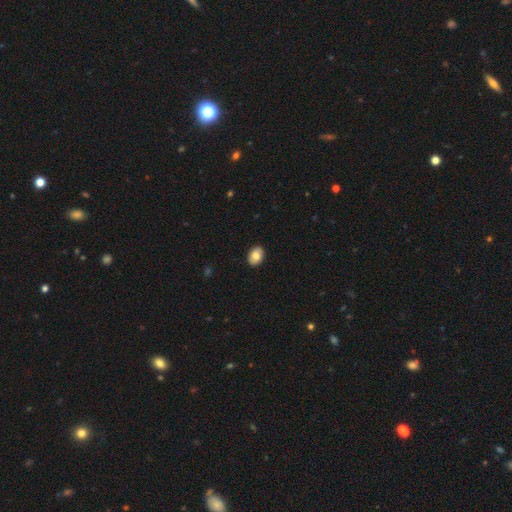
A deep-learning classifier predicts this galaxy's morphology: This appears to be a smooth galaxy with no disk features (75%) that is in between round and cigar-shaped (77%). Merging: none (88%).